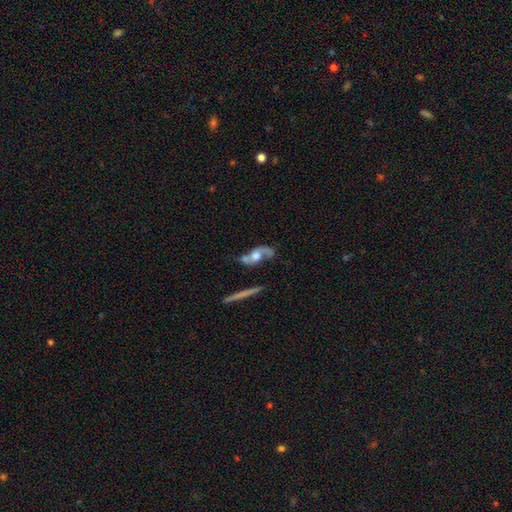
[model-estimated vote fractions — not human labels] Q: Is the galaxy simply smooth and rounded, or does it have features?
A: featured or disk — 70%.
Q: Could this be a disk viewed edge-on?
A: no — 82%.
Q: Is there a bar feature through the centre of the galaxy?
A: no — 74%.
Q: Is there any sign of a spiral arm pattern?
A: yes — 79%.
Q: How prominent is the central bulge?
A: moderate — 44%.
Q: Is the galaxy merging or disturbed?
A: none — 40%.